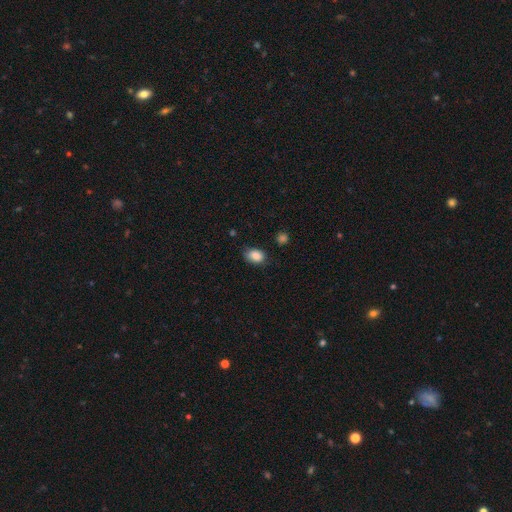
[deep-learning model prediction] Morphology: type=smooth (86%); roundness=in between (76%); merging=none (71%).